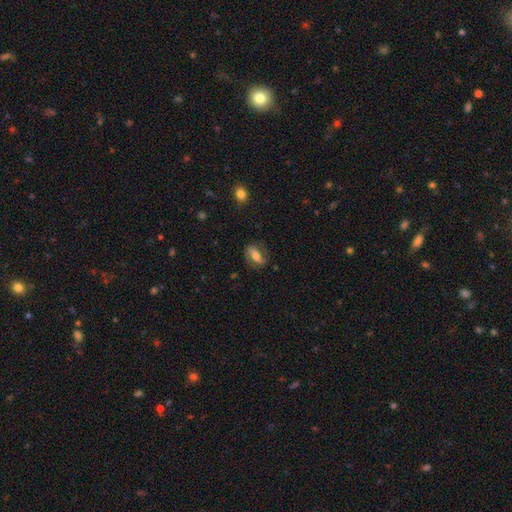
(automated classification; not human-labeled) smooth_or_featured: featured or disk (p=0.54) [alt: smooth p=0.38]
disk_edge_on: no (p=0.90) [alt: yes p=0.10]
merging: none (p=0.75) [alt: minor disturbance p=0.17]